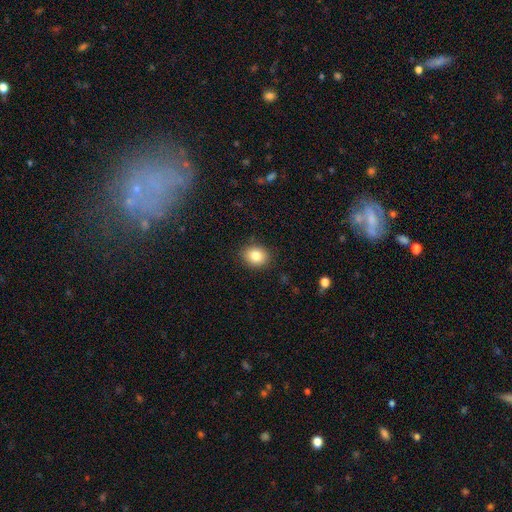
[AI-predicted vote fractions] A smooth galaxy with no disk features (84%) that is round (54%). Merging: none (88%).